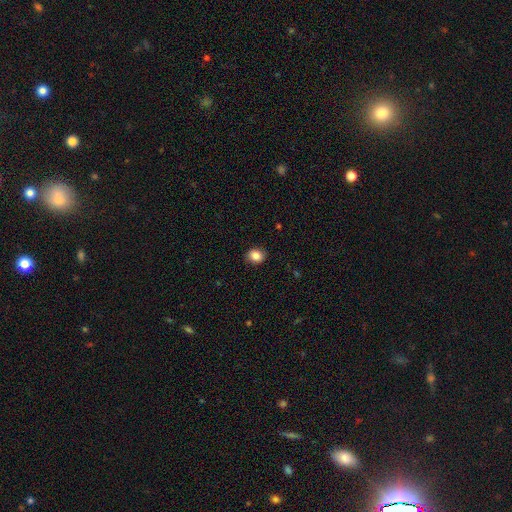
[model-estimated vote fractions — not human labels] Overall: smooth (85%). How rounded: round (62%; in between 37%). Merging: none (86%).